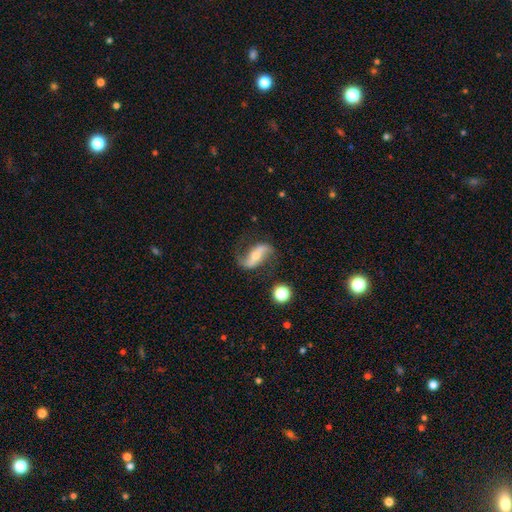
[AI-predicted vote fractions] smooth_or_featured: featured or disk (p=0.81) [alt: smooth p=0.13]
disk_edge_on: no (p=0.92) [alt: yes p=0.08]
bar: strong (p=0.45) [alt: no p=0.29]
has_spiral_arms: yes (p=0.93) [alt: no p=0.07]
spiral_winding: loose (p=0.79) [alt: medium p=0.16]
spiral_arm_count: 2 (p=0.92) [alt: 1 p=0.03]
bulge_size: small (p=0.47) [alt: moderate p=0.44]
merging: none (p=0.72) [alt: minor disturbance p=0.17]